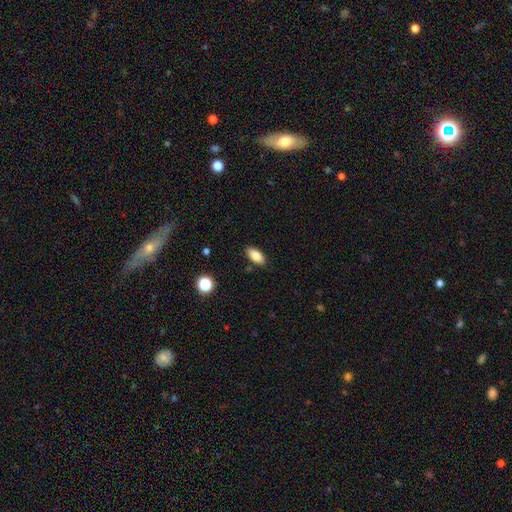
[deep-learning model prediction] Q: Smooth or featured?
A: smooth (83%); runner-up: featured or disk (9%)
Q: How rounded?
A: in between (89%); runner-up: cigar-shaped (8%)
Q: Merging?
A: none (87%); runner-up: minor disturbance (9%)